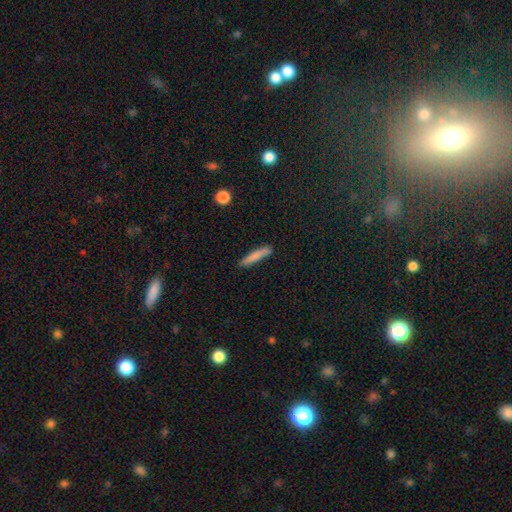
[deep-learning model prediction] Q: Smooth or featured?
A: smooth (80%); runner-up: featured or disk (14%)
Q: How rounded?
A: cigar-shaped (92%); runner-up: in between (7%)
Q: Merging?
A: none (83%); runner-up: minor disturbance (12%)